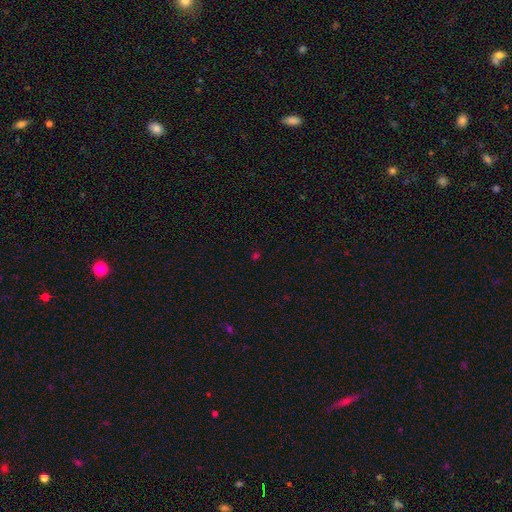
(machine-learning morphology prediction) Smooth or featured? Predicted: star or artifact (p=0.52).